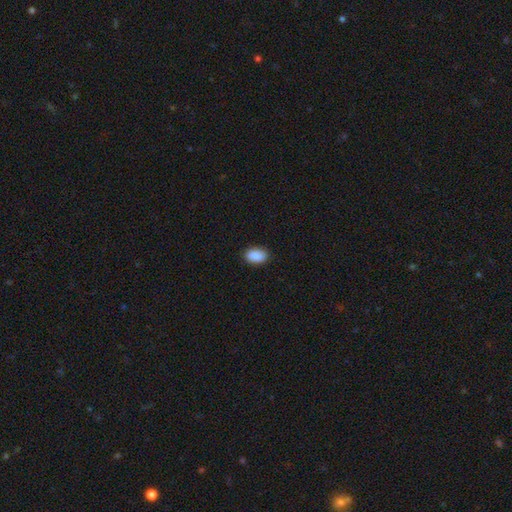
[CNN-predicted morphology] A smooth galaxy with no disk features (90%) that is in between round and cigar-shaped (91%). Merging: none (88%).